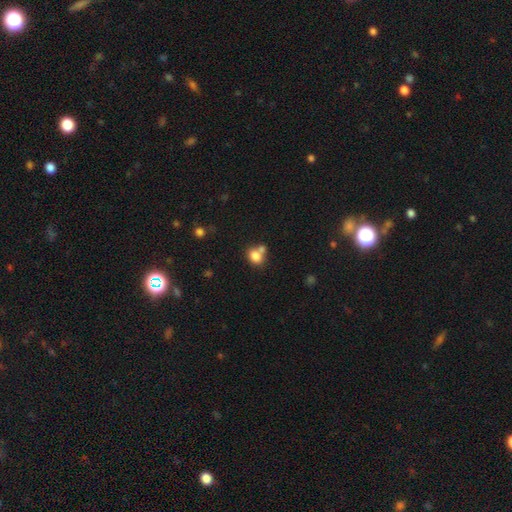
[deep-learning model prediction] The model was most divided on "merging": none: 43%, merger: 41%, minor disturbance: 11%, major disturbance: 5%. More confident: smooth or featured — smooth (80%); how rounded — in between (52%).